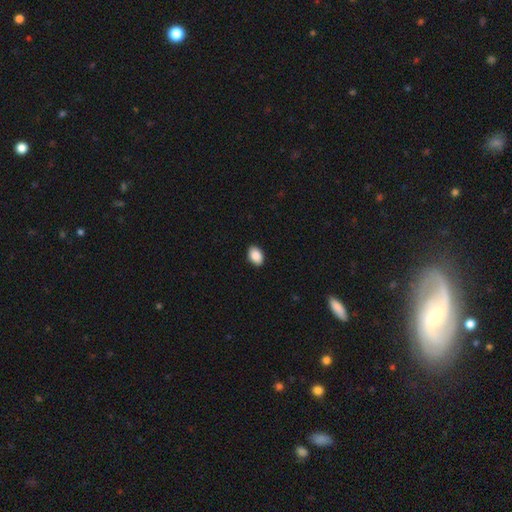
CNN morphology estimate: Q: Smooth or featured?
A: smooth (90%); runner-up: star or artifact (7%)
Q: How rounded?
A: in between (88%); runner-up: round (11%)
Q: Merging?
A: none (90%); runner-up: minor disturbance (7%)